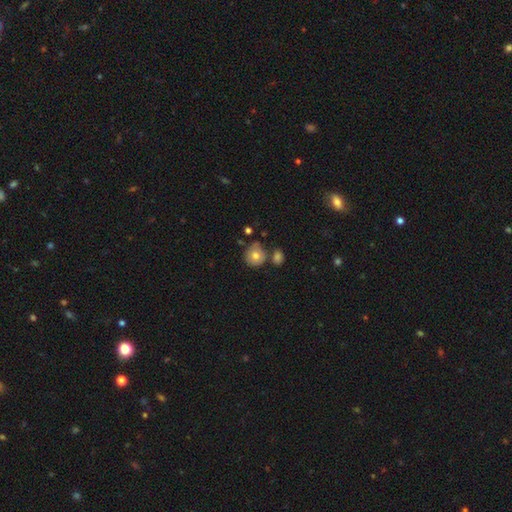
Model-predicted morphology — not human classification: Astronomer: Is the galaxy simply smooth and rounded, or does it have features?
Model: smooth — 75%.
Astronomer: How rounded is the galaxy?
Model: round — 85%.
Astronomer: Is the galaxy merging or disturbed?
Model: none — 62%.